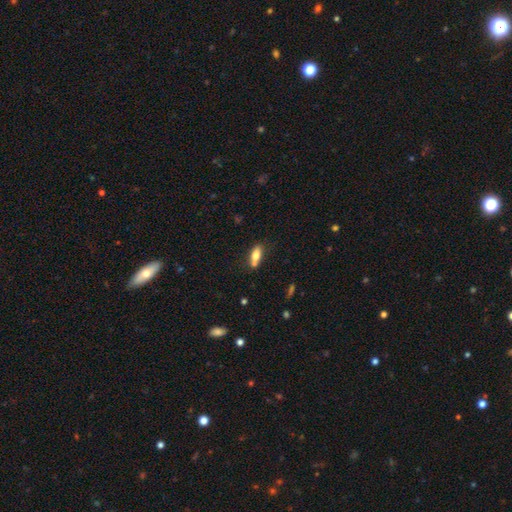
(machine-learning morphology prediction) This is likely a smooth galaxy (77%). How rounded: likely in between (78%). Merging: possibly none (56%).